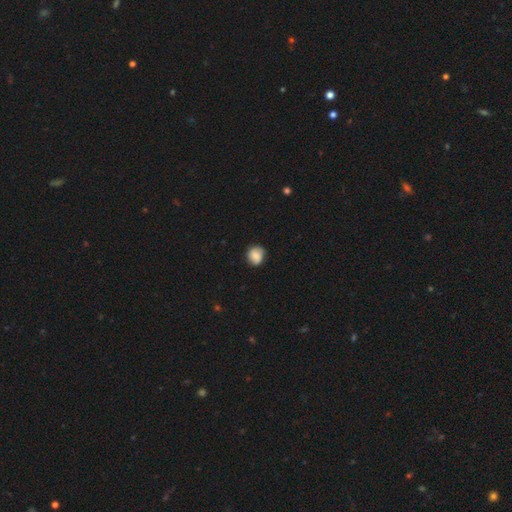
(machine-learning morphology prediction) This appears to be a smooth galaxy with no disk features (80%) that is round (78%). Merging: none (77%).